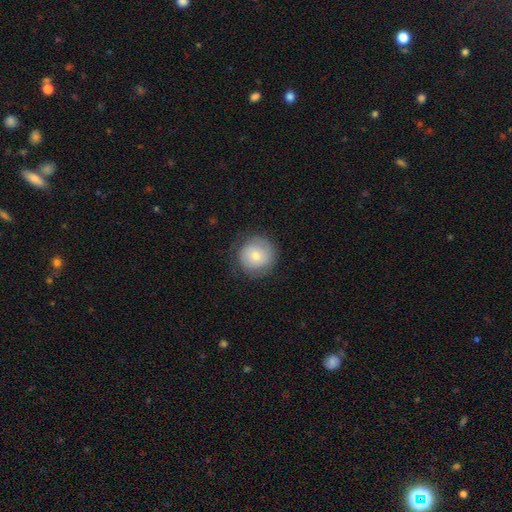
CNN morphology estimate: type=smooth (72%); roundness=round (94%); merging=none (78%).